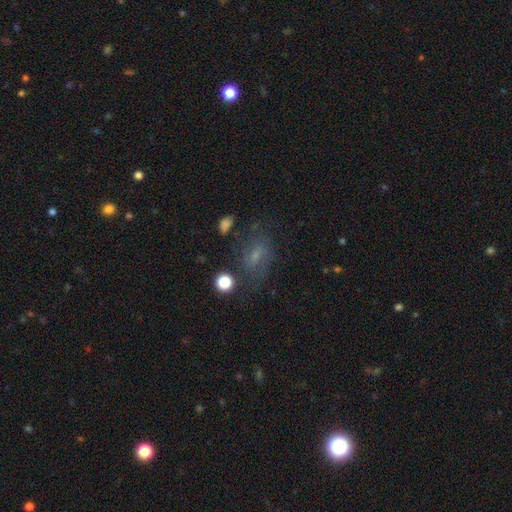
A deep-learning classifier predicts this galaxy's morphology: Overall: smooth (41%; featured or disk 38%). Merging: none (60%).